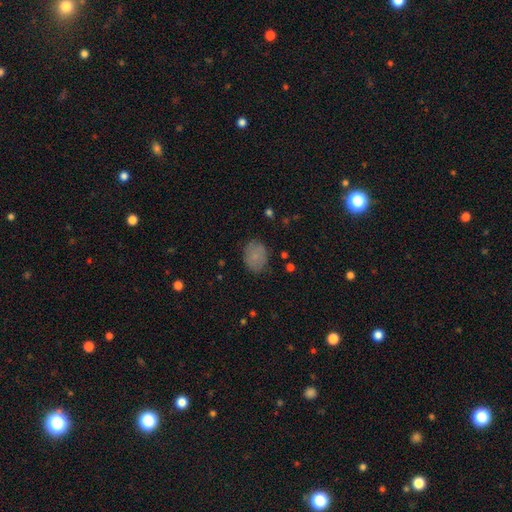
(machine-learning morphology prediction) smooth_or_featured: smooth (p=0.81) [alt: featured or disk p=0.10]
how_rounded: in between (p=0.63) [alt: round p=0.36]
merging: none (p=0.78) [alt: minor disturbance p=0.16]